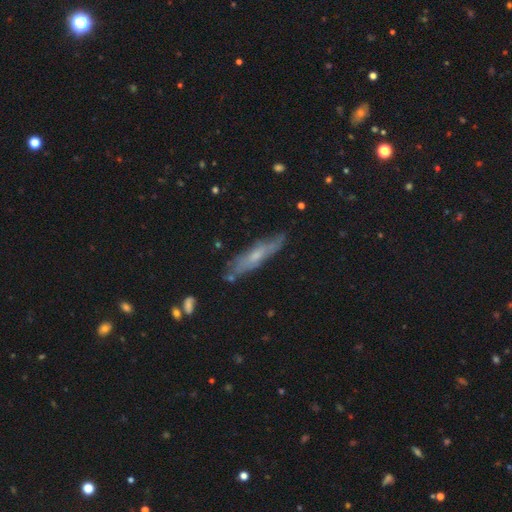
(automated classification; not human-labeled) A featured or disk galaxy (52%) viewed edge-on (63%).

Vote fractions:
- Smooth or featured? featured or disk: 52% / smooth: 41% / star or artifact: 8%
- Edge-on disk? yes: 63% / no: 37%
- Merging? none: 74% / minor disturbance: 19% / major disturbance: 4% / merger: 3%